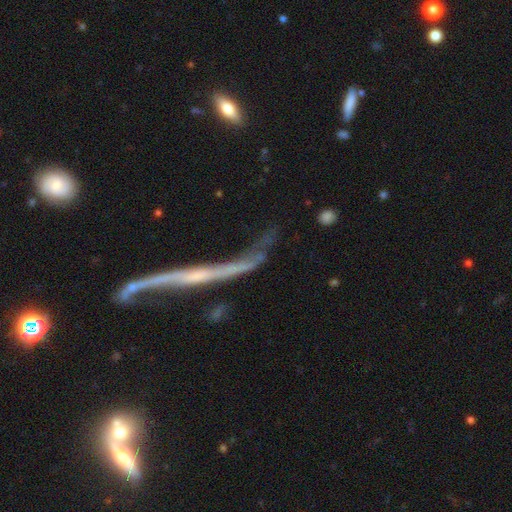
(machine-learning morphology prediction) This appears to be a featured or disk galaxy (72%) viewed edge-on (57%). Merging: none (41%).